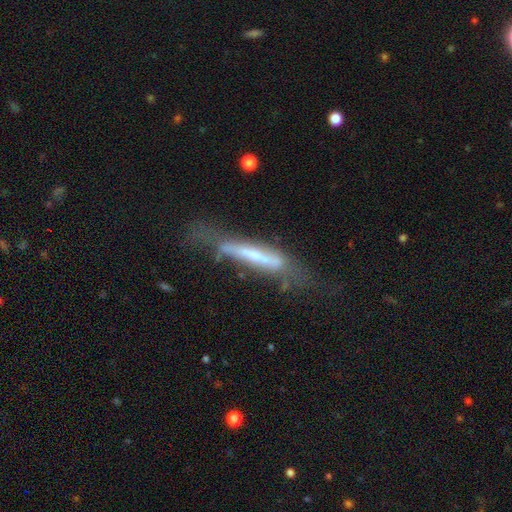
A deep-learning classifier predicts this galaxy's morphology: Smooth or featured: featured or disk — 58% (smooth — 34%)
Edge-on disk: yes — 70% (no — 30%)
Merging: none — 40% (minor disturbance — 27%)